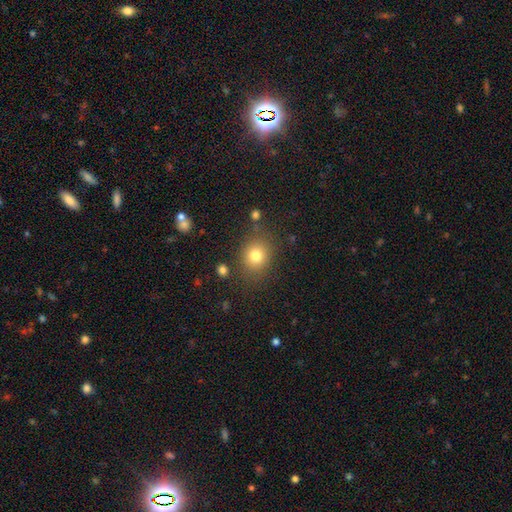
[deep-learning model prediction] Smooth or featured: smooth — 78% (star or artifact — 13%)
How rounded: round — 67% (in between — 32%)
Merging: none — 80% (minor disturbance — 12%)